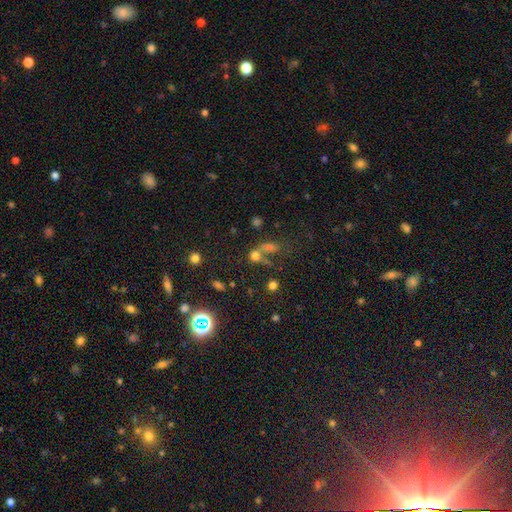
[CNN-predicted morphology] type=smooth (62%); roundness=round (57%); merging=merger (42%).